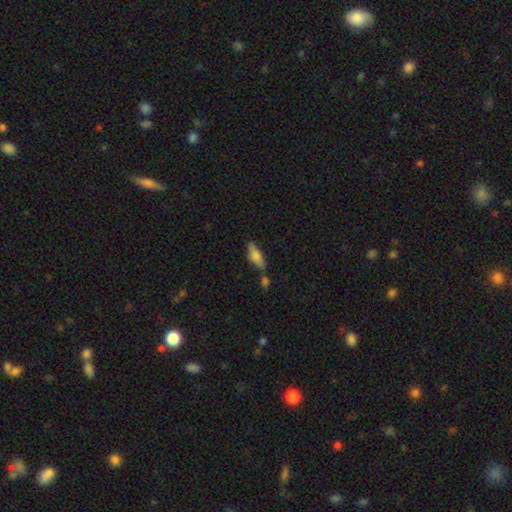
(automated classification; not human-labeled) A smooth galaxy with no disk features (68%) that is in between round and cigar-shaped (62%). Merging: none (59%).